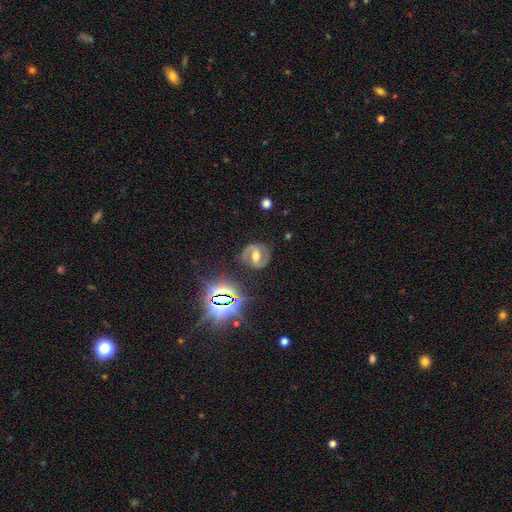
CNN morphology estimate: Overall: featured or disk (75%). Edge-on disk: no (97%). Bar: strong (52%; weak 34%). Spiral arms: yes (88%). Spiral arm count: 2 (89%). Spiral winding: medium (52%; tight 32%). Bulge size: moderate (69%). Merging: none (81%).